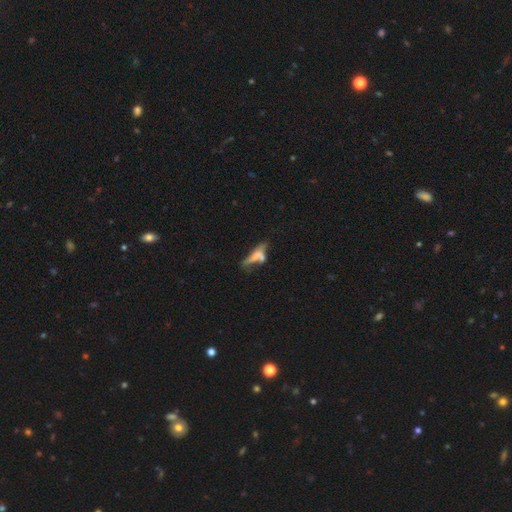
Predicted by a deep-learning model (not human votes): Morphology: type=smooth (50%); roundness=cigar-shaped (68%); merging=merger (37%).